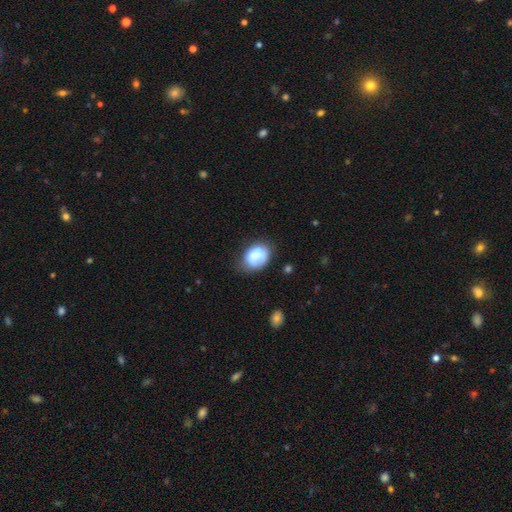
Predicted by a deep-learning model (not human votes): Overall: smooth (77%). How rounded: in between (70%). Merging: none (61%; minor disturbance 29%).